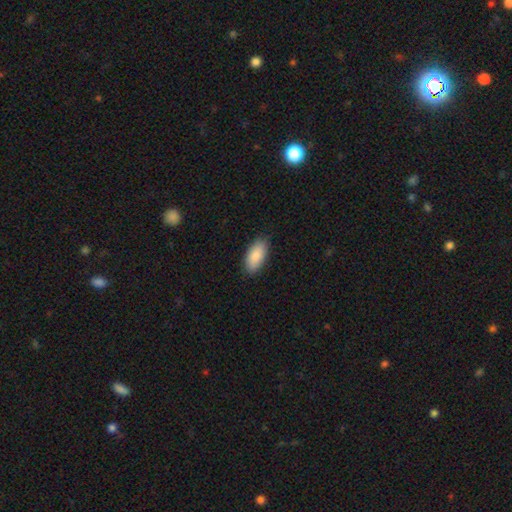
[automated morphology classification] Smooth or featured? smooth (88%)
How rounded? in between (92%)
Merging? none (86%)